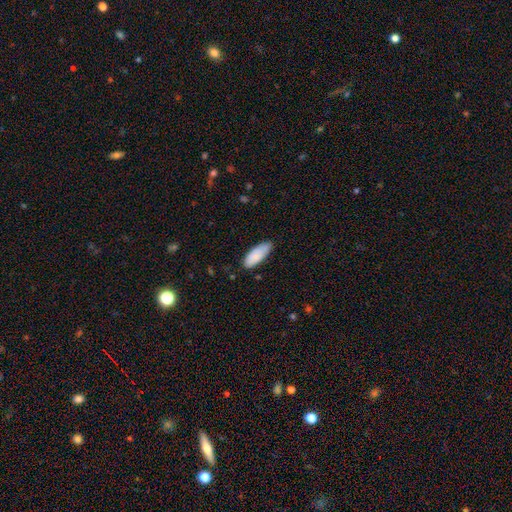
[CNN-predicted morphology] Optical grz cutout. It shows a smooth galaxy with no disk features (85%) that is in between round and cigar-shaped (78%). Merging: none (72%).